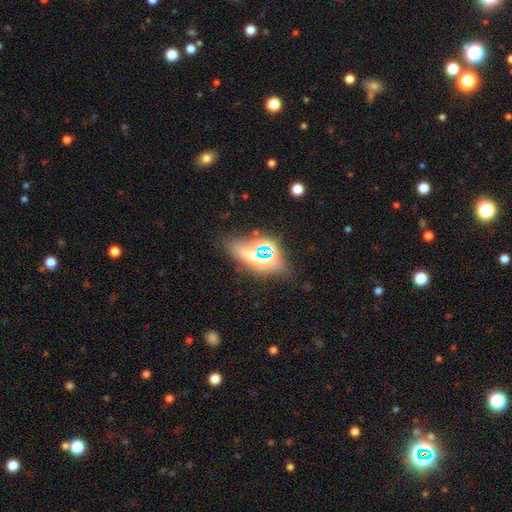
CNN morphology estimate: smooth_or_featured: star or artifact (p=0.43) [alt: smooth p=0.37]